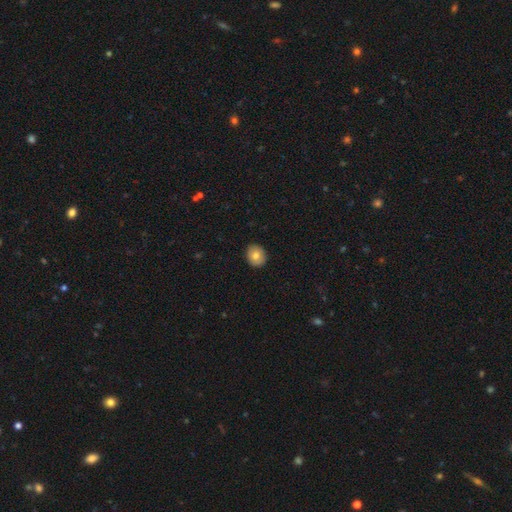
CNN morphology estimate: Overall: smooth (78%). How rounded: round (76%). Merging: none (91%).